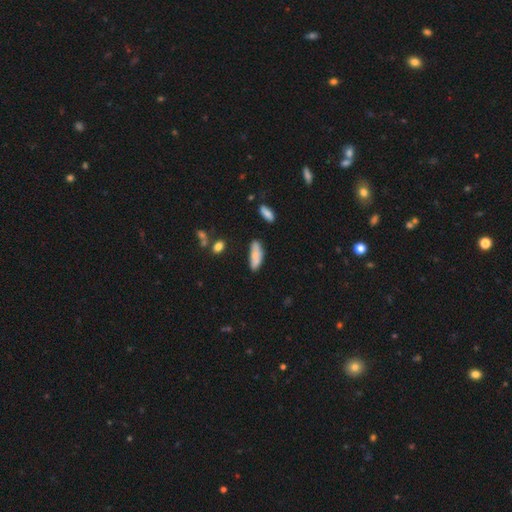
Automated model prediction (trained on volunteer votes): Smooth or featured? Predicted: smooth (p=0.74). How rounded? Predicted: in between (p=0.61). Merging? Predicted: none (p=0.61).